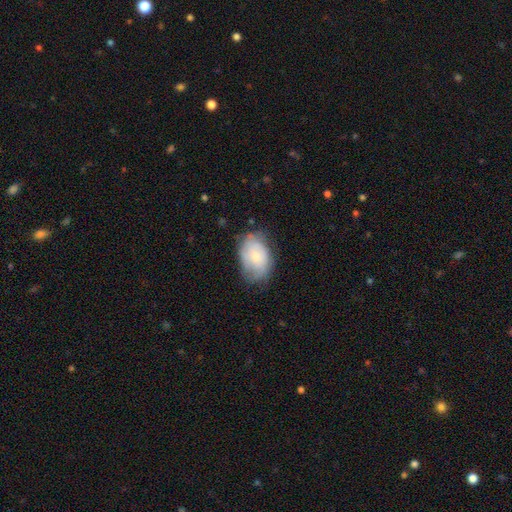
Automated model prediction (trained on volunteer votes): Smooth or featured? smooth (61%)
How rounded? in between (84%)
Merging? none (58%)